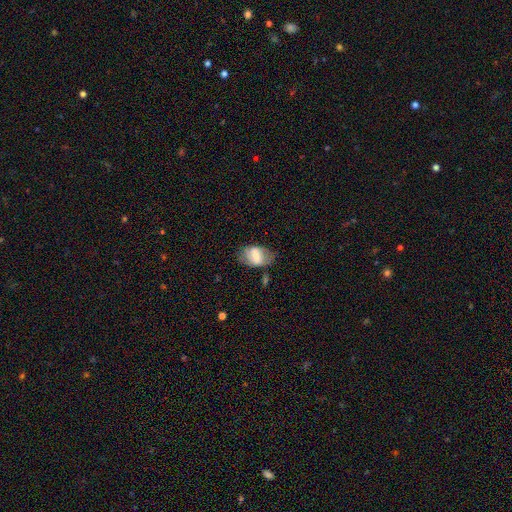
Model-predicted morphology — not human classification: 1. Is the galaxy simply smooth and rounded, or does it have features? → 49% smooth, 43% featured or disk, 8% star or artifact.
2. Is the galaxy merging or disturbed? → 59% none, 25% minor disturbance, 11% major disturbance, 5% merger.